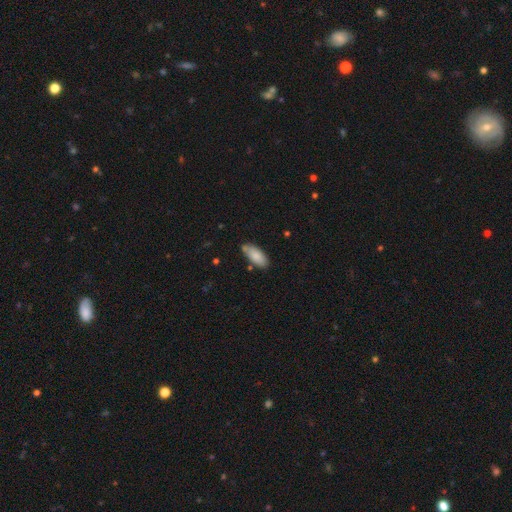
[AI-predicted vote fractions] A smooth galaxy with no disk features (85%) that is in between round and cigar-shaped (84%).

Vote fractions:
- Smooth or featured? smooth: 85% / featured or disk: 9% / star or artifact: 6%
- How rounded? in between: 84% / cigar-shaped: 14% / round: 2%
- Merging? none: 73% / minor disturbance: 19% / merger: 5% / major disturbance: 3%